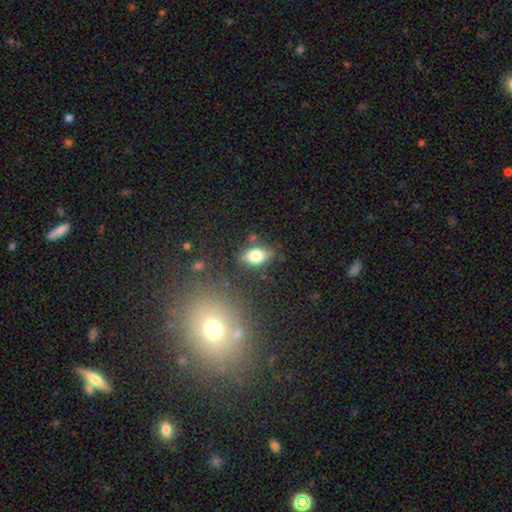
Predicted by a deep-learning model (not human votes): The model was most divided on "merging": none: 73%, minor disturbance: 17%, merger: 6%, major disturbance: 4%. More confident: how rounded — in between (84%); smooth or featured — smooth (75%).